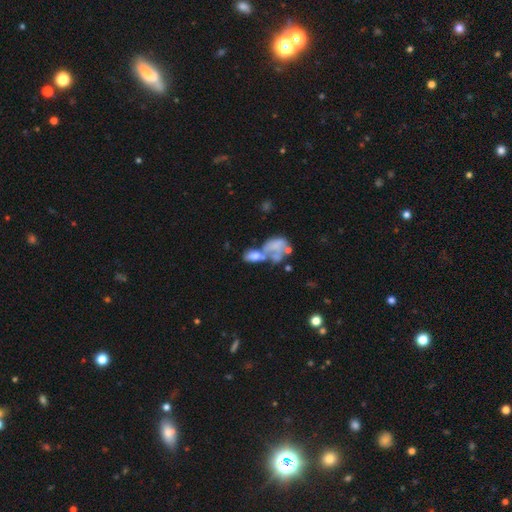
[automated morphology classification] This appears to be a smooth galaxy with no disk features (45%). Merging: merger (56%).